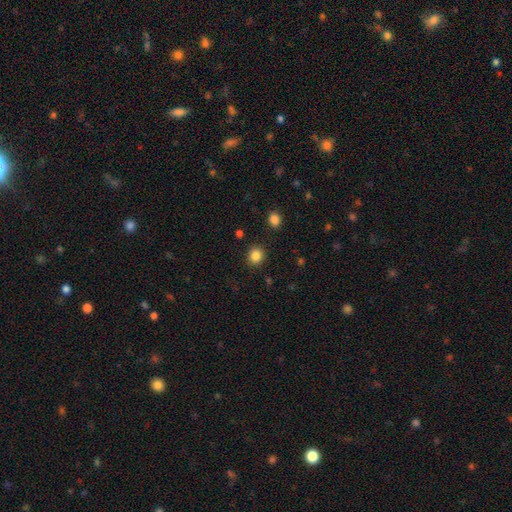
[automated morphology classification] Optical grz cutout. It shows a smooth galaxy with no disk features (85%) that is round (81%). Merging: none (88%).